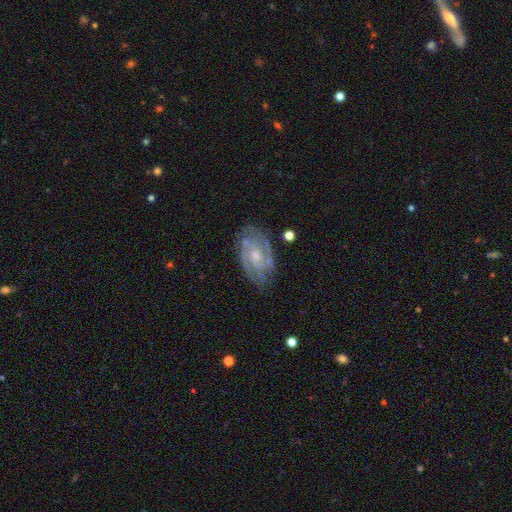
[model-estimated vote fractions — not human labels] This is clearly a featured or disk galaxy (85%). It is clearly not viewed edge-on (97%). Bar: possibly no (58%). Spiral arm pattern: clearly yes (95%). Spiral arm count: possibly 2 (47%). Spiral winding: possibly tight (54%). Central bulge: possibly small (55%). Merging: likely none (72%).